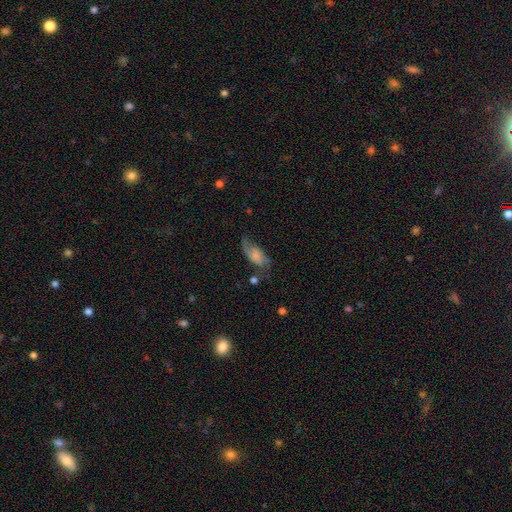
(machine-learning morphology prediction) smooth-or-featured: smooth: 51% | featured or disk: 40% | star or artifact: 9%
  how-rounded: in between: 85% | cigar-shaped: 10% | round: 4%
  merging: none: 41% | minor disturbance: 29% | major disturbance: 24% | merger: 5%